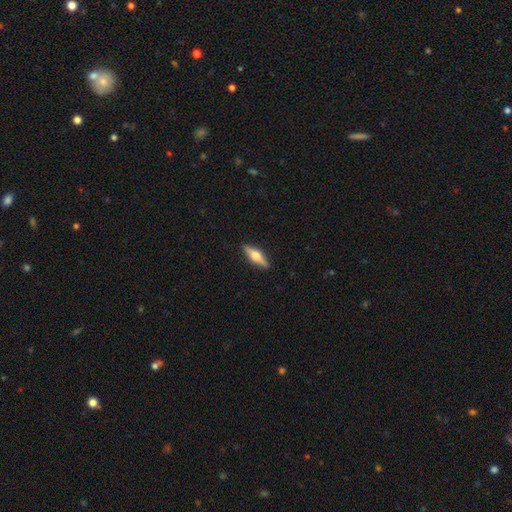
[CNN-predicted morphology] featured or disk 56%, smooth 39%, star or artifact 6%. Down the decision tree: edge-on disk — yes (95%); edge-on bulge — rounded (93%); merging — none (90%).